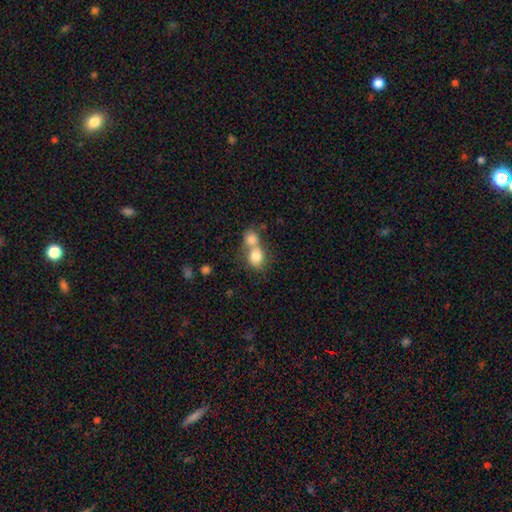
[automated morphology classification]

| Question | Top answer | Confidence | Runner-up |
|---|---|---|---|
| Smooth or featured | smooth | 79% | featured or disk (12%) |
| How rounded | round | 66% | in between (32%) |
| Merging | merger | 65% | none (26%) |